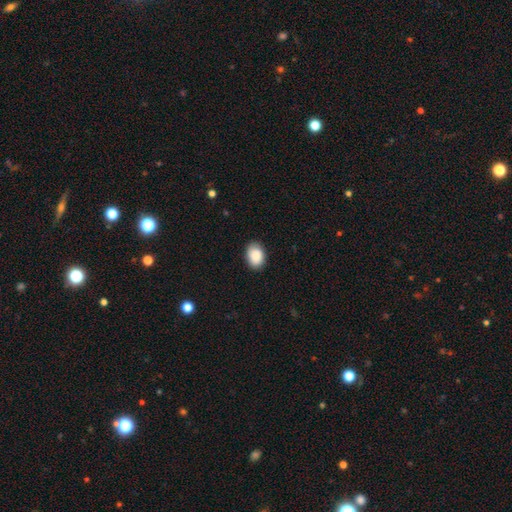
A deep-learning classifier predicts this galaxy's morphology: Q: Smooth or featured?
A: smooth (89%); runner-up: star or artifact (7%)
Q: How rounded?
A: in between (81%); runner-up: round (18%)
Q: Merging?
A: none (85%); runner-up: minor disturbance (12%)